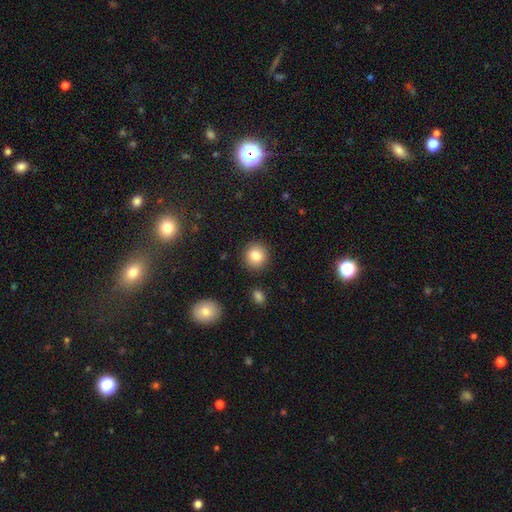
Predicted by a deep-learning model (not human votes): Smooth or featured? Predicted: smooth (p=0.83). How rounded? Predicted: round (p=0.90). Merging? Predicted: none (p=0.90).